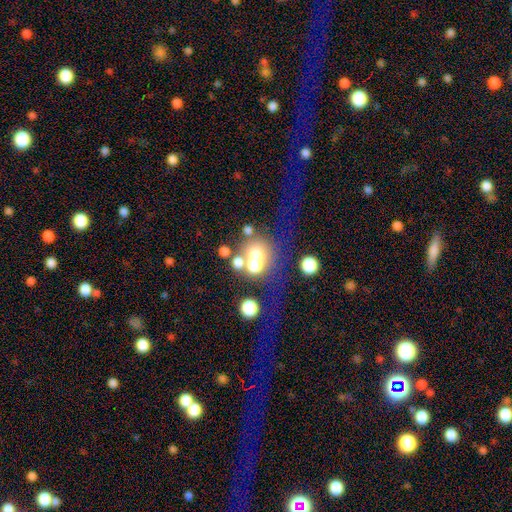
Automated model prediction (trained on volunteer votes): Overall: smooth (59%; featured or disk 21%). How rounded: round (84%). Merging: none (43%; merger 40%).